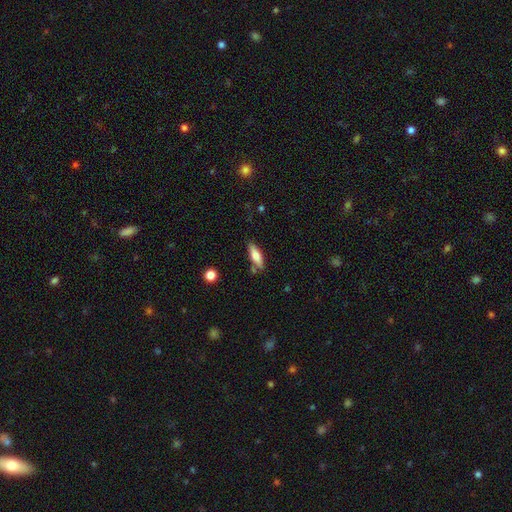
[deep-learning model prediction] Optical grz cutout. It shows a smooth galaxy with no disk features (64%) that is in between round and cigar-shaped (53%). Merging: none (77%).